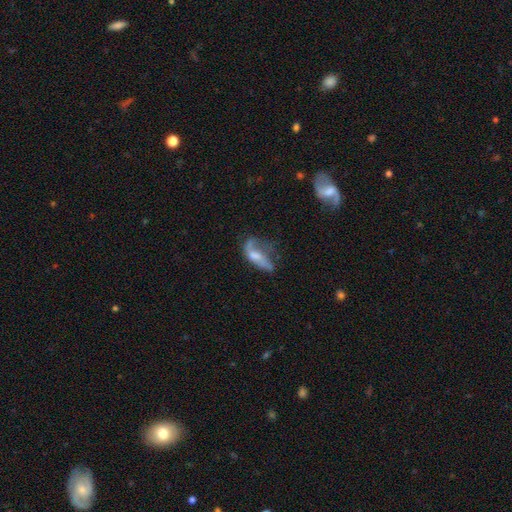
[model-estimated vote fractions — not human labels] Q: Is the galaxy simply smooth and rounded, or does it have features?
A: featured or disk — 48%.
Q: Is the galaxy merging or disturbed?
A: major disturbance — 41%.